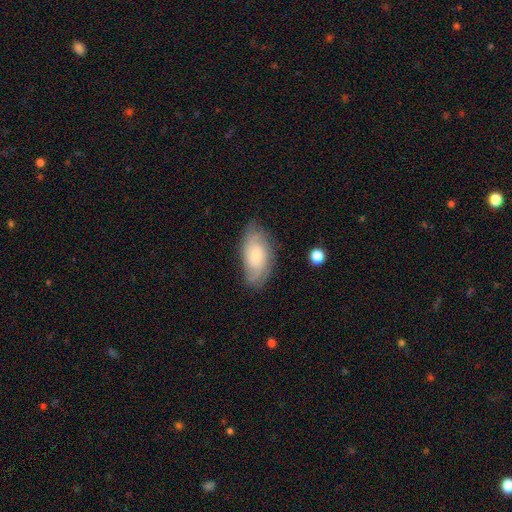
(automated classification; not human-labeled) A featured or disk galaxy (58%) with no bar (77%), spiral arms (88%) and a small central bulge (60%). Merging: none (74%).